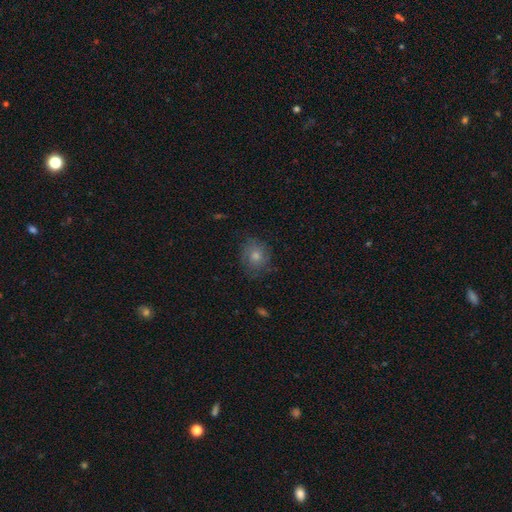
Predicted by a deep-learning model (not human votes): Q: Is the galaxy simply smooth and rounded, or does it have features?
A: smooth — 52%.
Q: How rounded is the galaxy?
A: round — 74%.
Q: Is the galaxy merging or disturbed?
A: none — 78%.